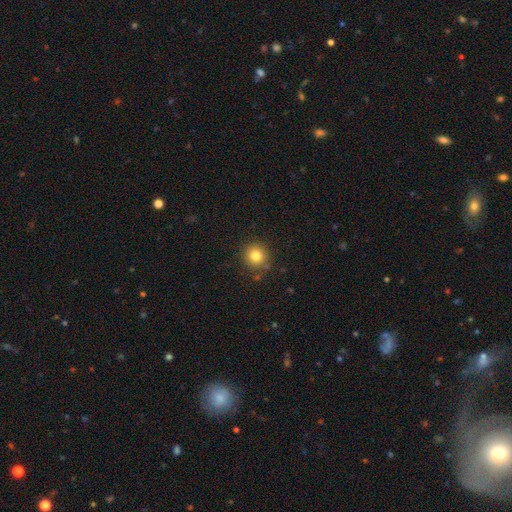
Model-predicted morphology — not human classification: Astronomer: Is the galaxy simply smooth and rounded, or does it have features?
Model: smooth — 81%.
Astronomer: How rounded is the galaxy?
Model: round — 93%.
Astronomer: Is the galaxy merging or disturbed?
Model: none — 86%.